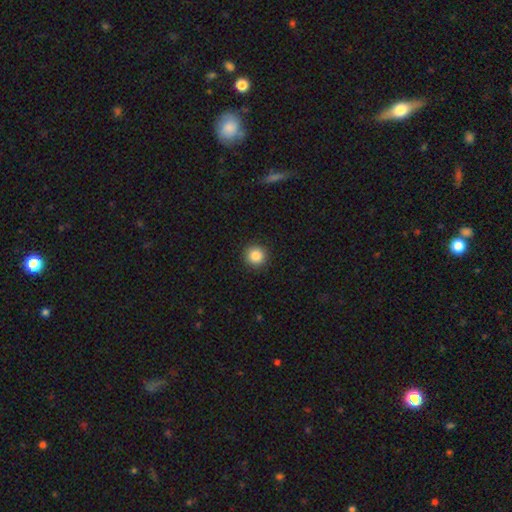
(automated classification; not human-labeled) A smooth galaxy with no disk features (86%) that is round (95%). Merging: none (92%).